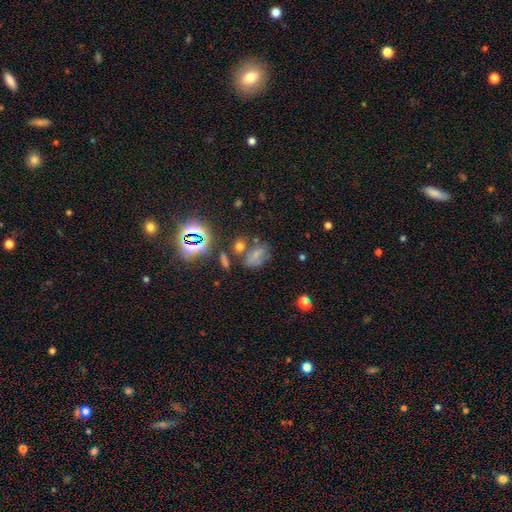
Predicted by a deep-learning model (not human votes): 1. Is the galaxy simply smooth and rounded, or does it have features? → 53% smooth, 28% star or artifact, 19% featured or disk.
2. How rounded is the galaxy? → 75% in between, 22% round, 3% cigar-shaped.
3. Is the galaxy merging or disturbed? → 47% none, 21% minor disturbance, 18% merger, 14% major disturbance.